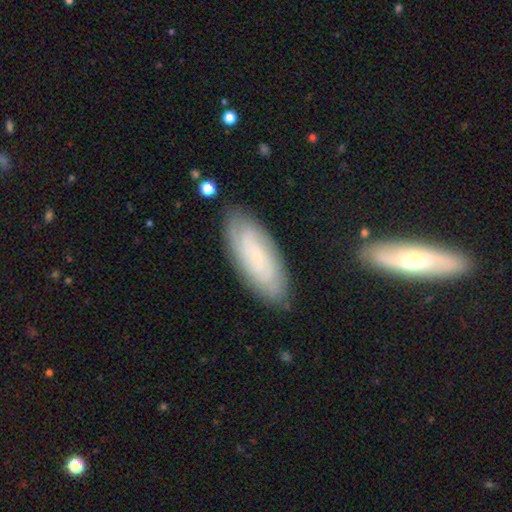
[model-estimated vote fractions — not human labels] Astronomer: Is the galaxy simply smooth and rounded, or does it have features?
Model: featured or disk — 62%.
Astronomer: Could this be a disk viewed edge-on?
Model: no — 89%.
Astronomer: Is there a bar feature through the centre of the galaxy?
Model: no — 72%.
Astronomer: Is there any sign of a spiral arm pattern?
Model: yes — 87%.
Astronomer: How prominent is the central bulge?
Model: small — 83%.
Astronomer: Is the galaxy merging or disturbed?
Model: none — 82%.